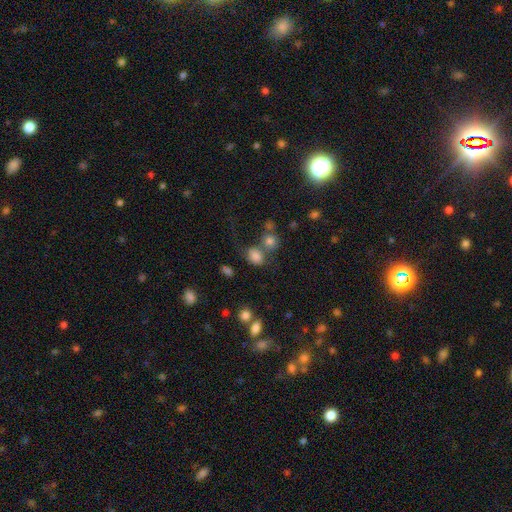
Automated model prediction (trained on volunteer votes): Morphology: type=smooth (77%); roundness=round (50%); merging=none (49%).